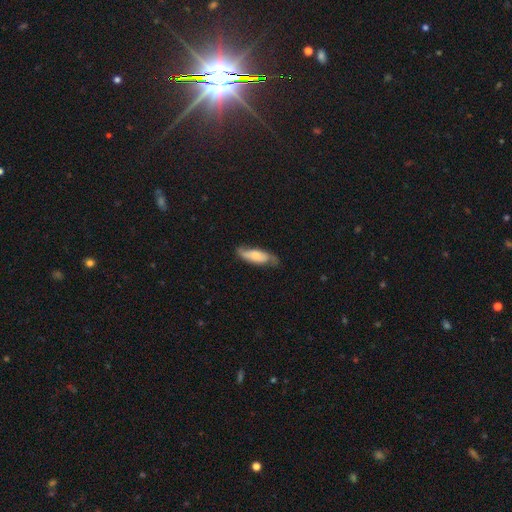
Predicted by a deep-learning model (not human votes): Smooth or featured?
  - smooth: 58% *
  - featured or disk: 36%
  - star or artifact: 6%
How rounded?
  - in between: 59% *
  - cigar-shaped: 39%
  - round: 2%
Merging?
  - none: 65% *
  - minor disturbance: 26%
  - major disturbance: 7%
  - merger: 2%